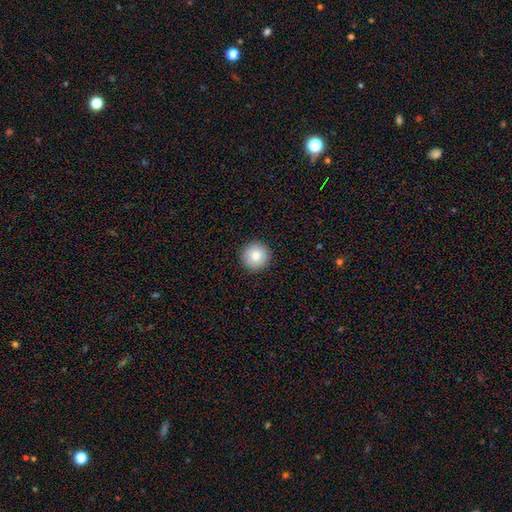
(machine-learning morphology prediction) This is clearly a smooth galaxy (83%). How rounded: clearly round (96%). Merging: clearly none (93%).